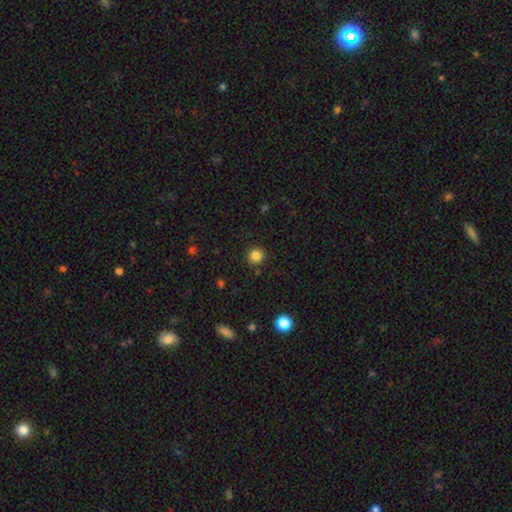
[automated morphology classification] Q: Smooth or featured?
A: smooth (84%); runner-up: star or artifact (12%)
Q: How rounded?
A: round (94%); runner-up: in between (5%)
Q: Merging?
A: none (91%); runner-up: minor disturbance (6%)